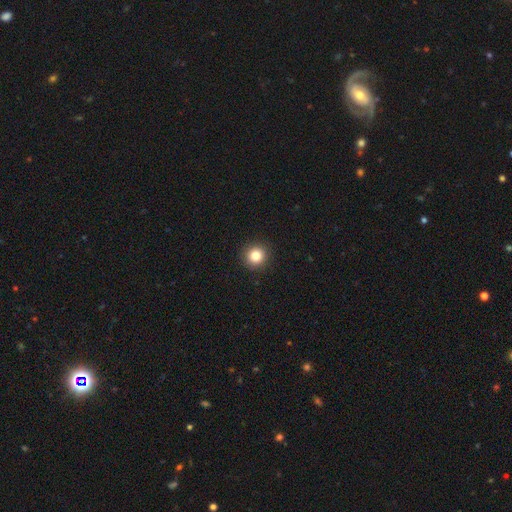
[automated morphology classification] Smooth or featured: smooth — 84% (star or artifact — 11%)
How rounded: round — 94% (in between — 5%)
Merging: none — 93% (minor disturbance — 5%)